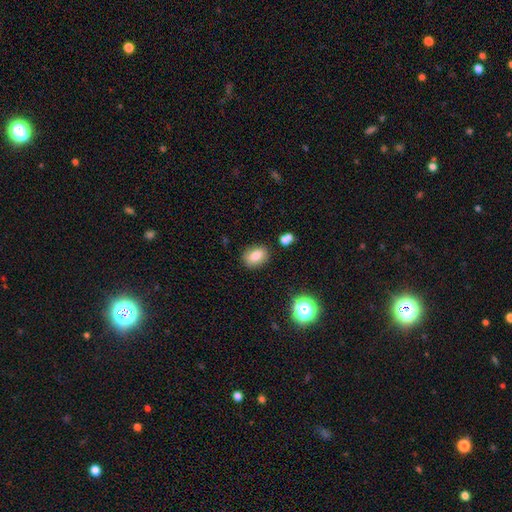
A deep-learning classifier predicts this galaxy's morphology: The model was most divided on "how rounded": in between: 72%, round: 27%, cigar-shaped: 2%. More confident: merging — none (83%); smooth or featured — smooth (80%).